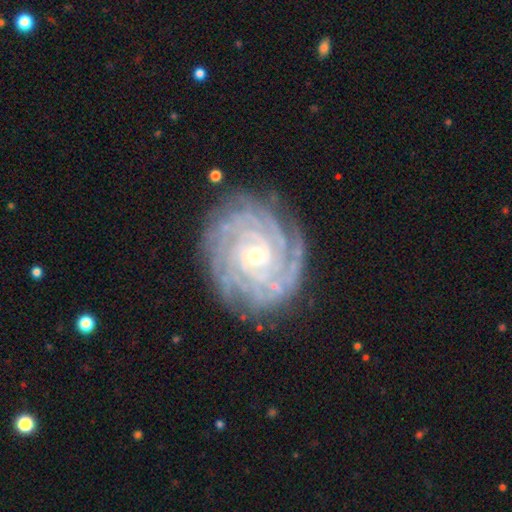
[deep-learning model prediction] This is clearly a featured or disk galaxy (90%). It is clearly not viewed edge-on (97%). Bar: likely no (69%). Spiral arm pattern: clearly yes (98%). Spiral arm count: marginally 4 (23%). Spiral winding: clearly tight (86%). Central bulge: likely small (66%). Merging: clearly none (82%).